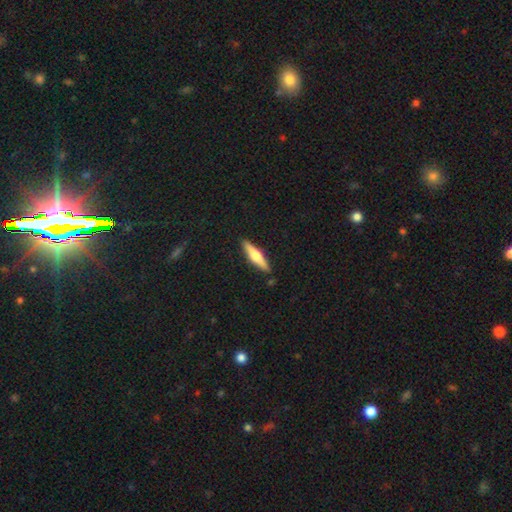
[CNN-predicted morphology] A featured or disk galaxy (51%) viewed edge-on (96%). Merging: none (89%).